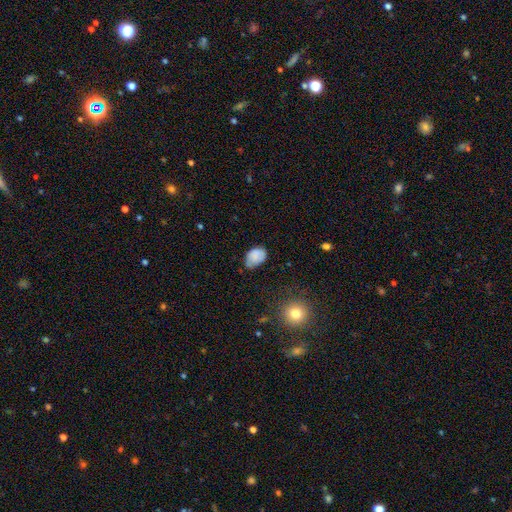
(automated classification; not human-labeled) The model was most divided on "merging": none: 48%, minor disturbance: 40%, major disturbance: 10%, merger: 3%. More confident: how rounded — in between (80%); smooth or featured — smooth (78%).